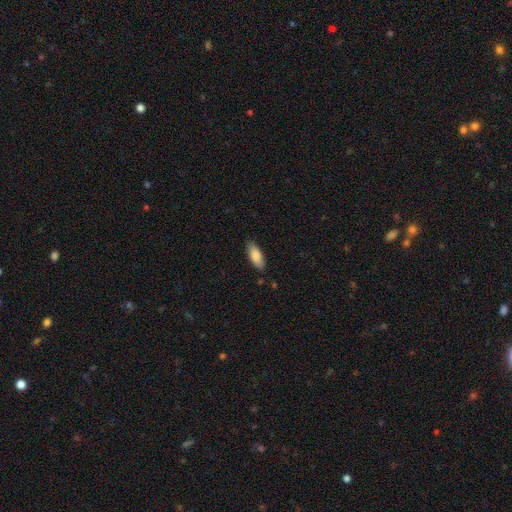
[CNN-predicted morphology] smooth 84%, featured or disk 10%, star or artifact 6%. Down the decision tree: how rounded — in between (76%); merging — none (84%).